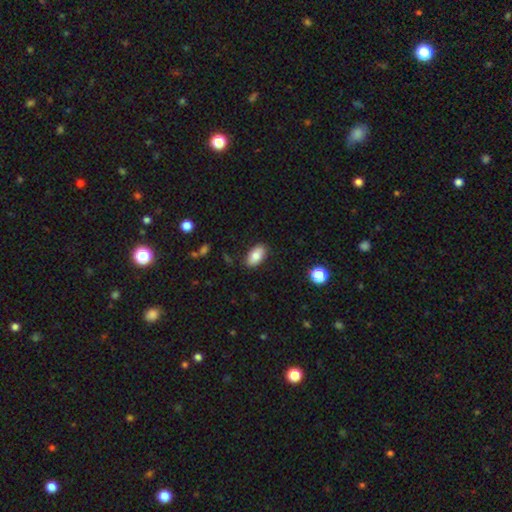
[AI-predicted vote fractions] smooth_or_featured: smooth (p=0.80) [alt: featured or disk p=0.12]
how_rounded: in between (p=0.92) [alt: round p=0.05]
merging: none (p=0.86) [alt: minor disturbance p=0.10]